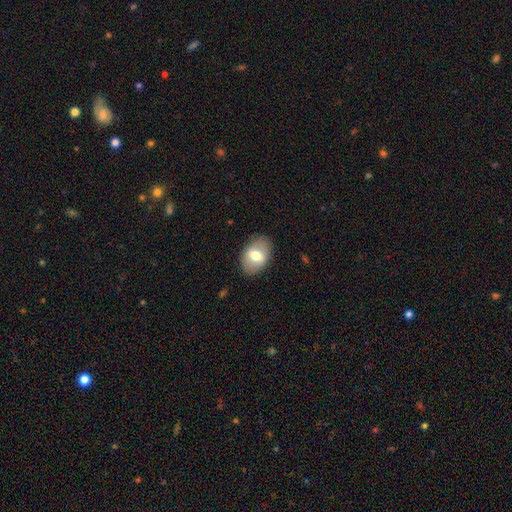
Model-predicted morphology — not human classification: Smooth or featured?
  - smooth: 62% *
  - featured or disk: 30%
  - star or artifact: 7%
How rounded?
  - in between: 80% *
  - round: 19%
  - cigar-shaped: 1%
Merging?
  - none: 85% *
  - minor disturbance: 11%
  - major disturbance: 3%
  - merger: 1%